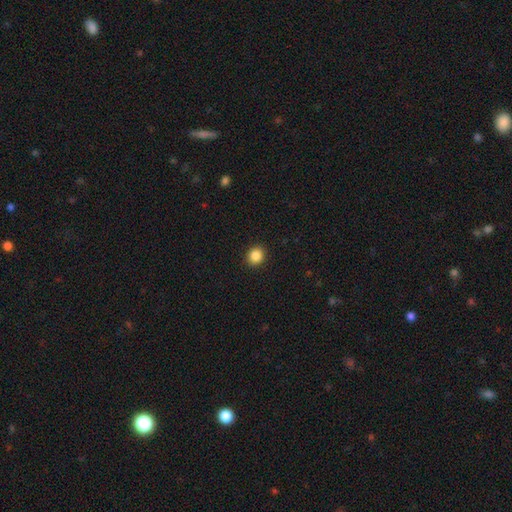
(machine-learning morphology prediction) Smooth or featured? smooth (86%)
How rounded? round (81%)
Merging? none (92%)